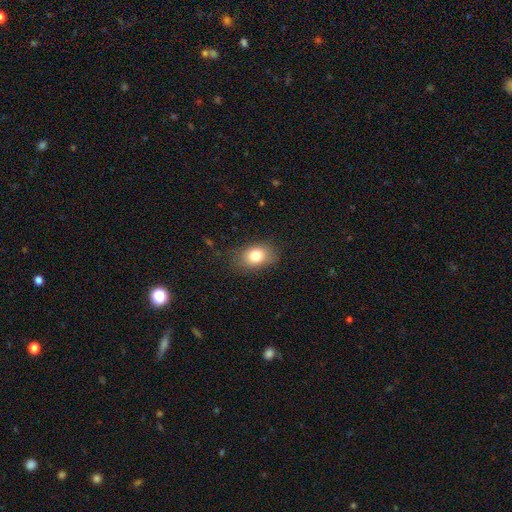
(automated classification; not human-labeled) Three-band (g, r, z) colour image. It shows a smooth galaxy with no disk features (80%) that is in between round and cigar-shaped (75%). Merging: none (78%).